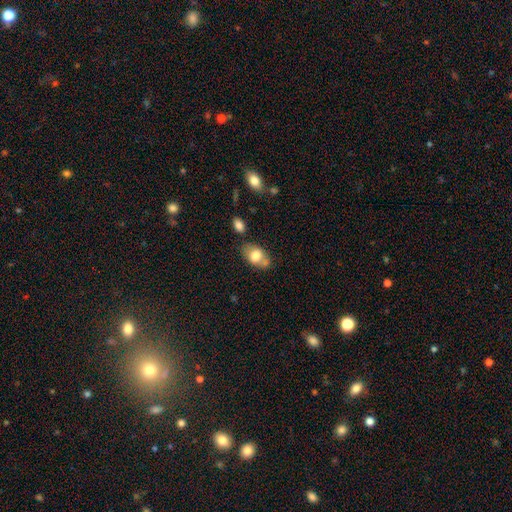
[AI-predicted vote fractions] This appears to be a smooth galaxy with no disk features (73%) that is in between round and cigar-shaped (84%). Merging: none (55%).